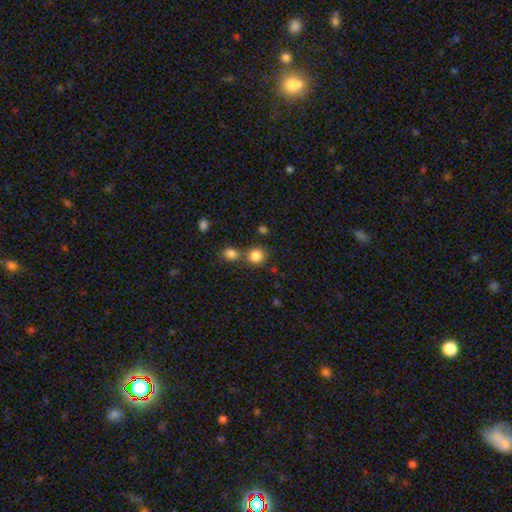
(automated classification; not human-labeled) A smooth galaxy with no disk features (84%) that is round (87%).

Vote fractions:
- Smooth or featured? smooth: 84% / star or artifact: 11% / featured or disk: 5%
- How rounded? round: 87% / in between: 12% / cigar-shaped: 1%
- Merging? none: 63% / merger: 25% / minor disturbance: 8% / major disturbance: 3%